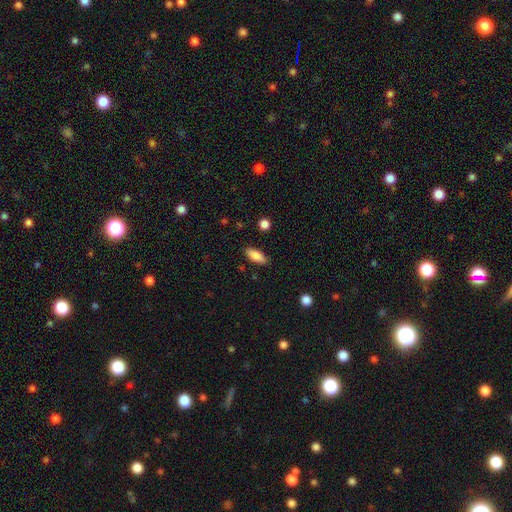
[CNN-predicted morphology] A smooth galaxy with no disk features (86%) that is in between round and cigar-shaped (80%).

Vote fractions:
- Smooth or featured? smooth: 86% / star or artifact: 7% / featured or disk: 7%
- How rounded? in between: 80% / cigar-shaped: 18% / round: 2%
- Merging? none: 85% / minor disturbance: 11% / major disturbance: 2% / merger: 1%